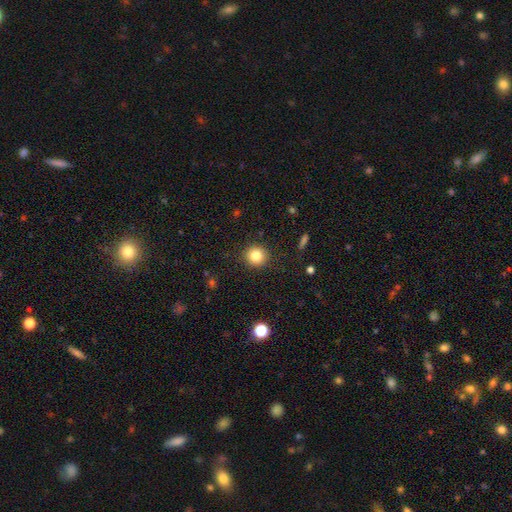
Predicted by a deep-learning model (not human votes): A smooth galaxy with no disk features (83%) that is round (93%).

Vote fractions:
- Smooth or featured? smooth: 83% / star or artifact: 11% / featured or disk: 7%
- How rounded? round: 93% / in between: 6% / cigar-shaped: 1%
- Merging? none: 91% / minor disturbance: 6% / major disturbance: 2% / merger: 1%